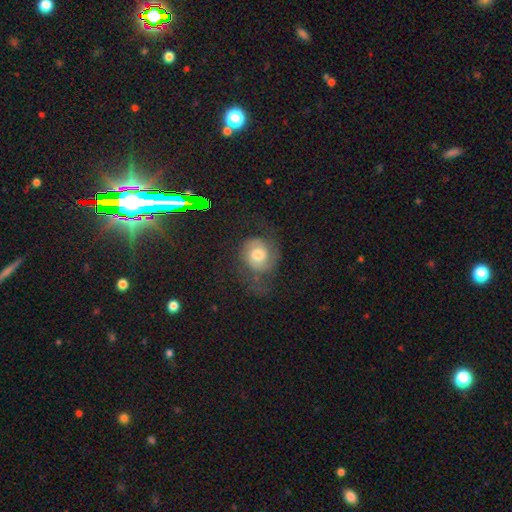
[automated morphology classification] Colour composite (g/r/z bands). It shows a featured or disk galaxy (59%) with no bar (71%), spiral arms (88%) and a moderate central bulge (60%). Merging: none (64%).